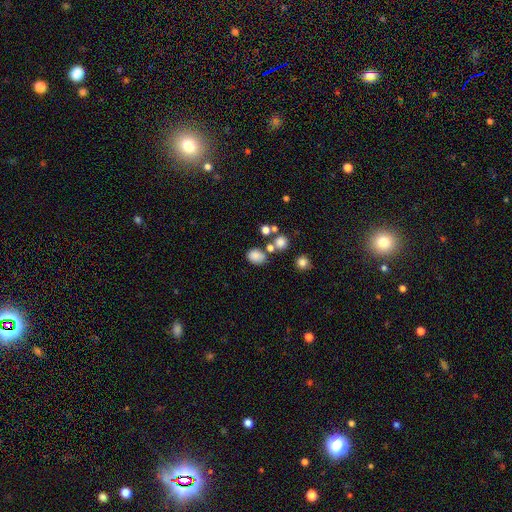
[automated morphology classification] Smooth or featured? Predicted: smooth (p=0.80). How rounded? Predicted: in between (p=0.59). Merging? Predicted: none (p=0.62).